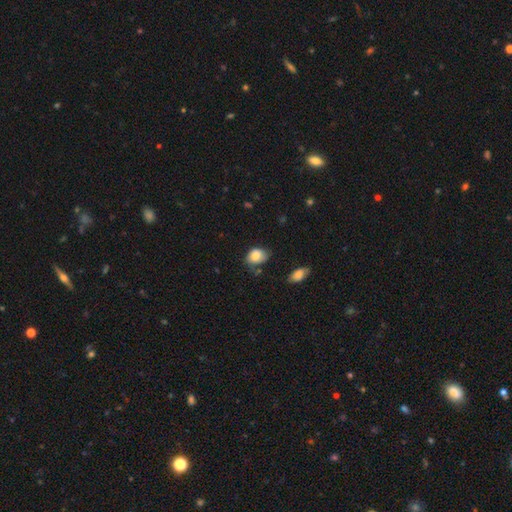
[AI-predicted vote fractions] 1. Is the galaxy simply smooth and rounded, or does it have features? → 81% smooth, 11% featured or disk, 8% star or artifact.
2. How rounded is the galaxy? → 66% in between, 33% round, 1% cigar-shaped.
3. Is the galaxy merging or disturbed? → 47% none, 37% minor disturbance, 11% major disturbance, 5% merger.